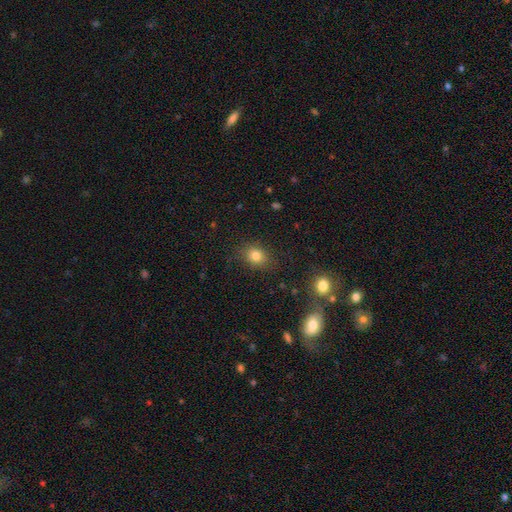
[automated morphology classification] smooth_or_featured: smooth (p=0.80) [alt: star or artifact p=0.13]
how_rounded: round (p=0.59) [alt: in between p=0.40]
merging: none (p=0.83) [alt: minor disturbance p=0.11]